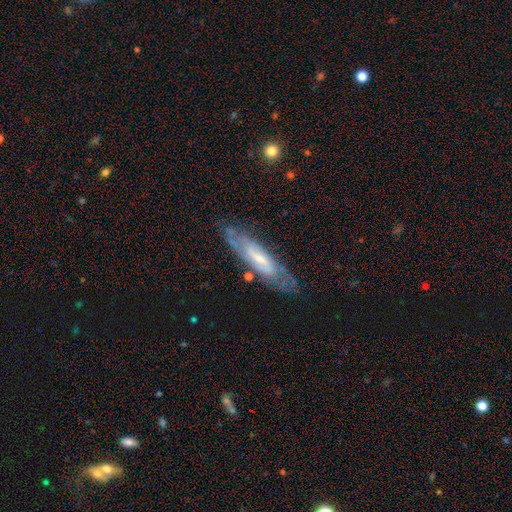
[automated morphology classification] Smooth or featured? Predicted: featured or disk (p=0.67). Edge-on disk? Predicted: no (p=0.59). Merging? Predicted: none (p=0.79).